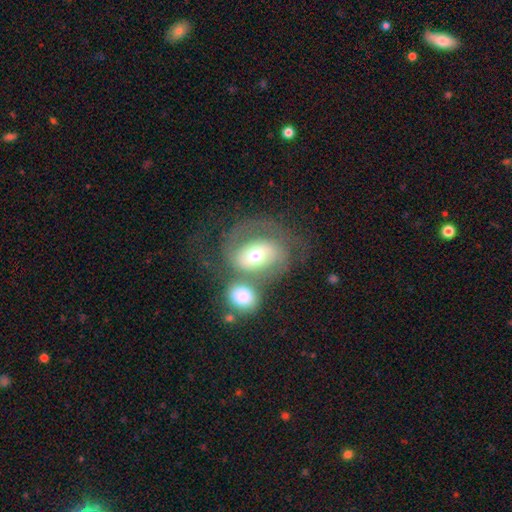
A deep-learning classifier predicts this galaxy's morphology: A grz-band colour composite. It shows a featured or disk galaxy (59%) with no bar (67%), spiral arms (65%) and a moderate central bulge (67%). Merging: merger (39%).